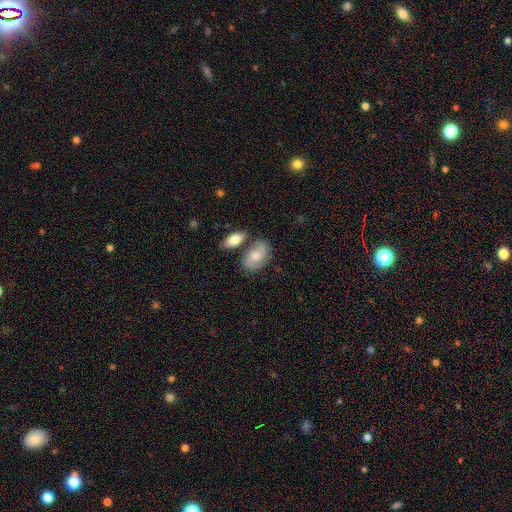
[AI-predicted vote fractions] Smooth or featured? Predicted: smooth (p=0.54). How rounded? Predicted: in between (p=0.87). Merging? Predicted: none (p=0.56).